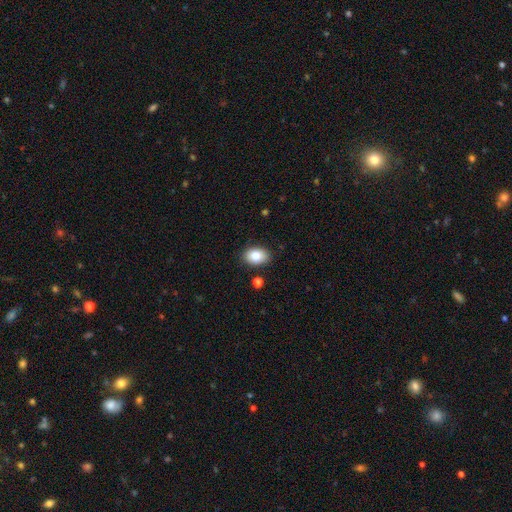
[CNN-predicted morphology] type=smooth (84%); roundness=in between (84%); merging=none (85%).